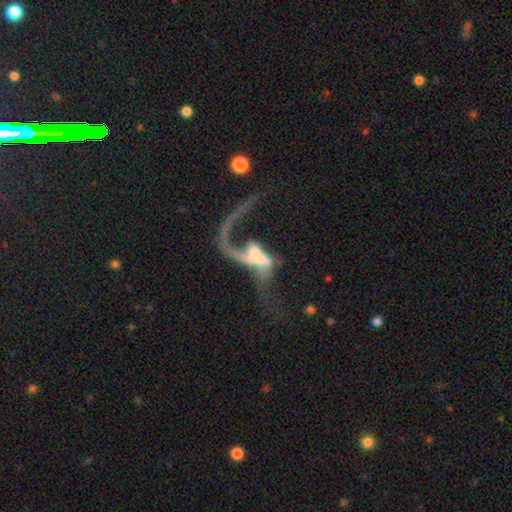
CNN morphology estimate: The model was most divided on "bulge size": moderate: 37%, small: 27%, none: 21%, large: 12%, dominant: 4%. Remaining: edge-on disk — no (92%); smooth or featured — featured or disk (69%); spiral arms — yes (61%); bar — no (60%); merging — major disturbance (44%).